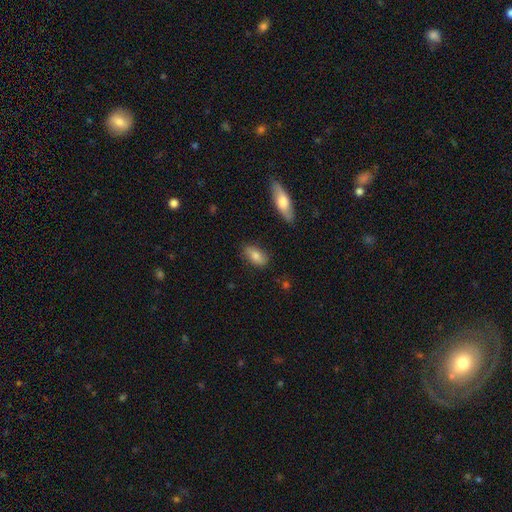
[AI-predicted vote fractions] Smooth or featured?
  - smooth: 76% *
  - featured or disk: 17%
  - star or artifact: 7%
How rounded?
  - in between: 86% *
  - cigar-shaped: 9%
  - round: 5%
Merging?
  - none: 80% *
  - minor disturbance: 15%
  - major disturbance: 3%
  - merger: 2%